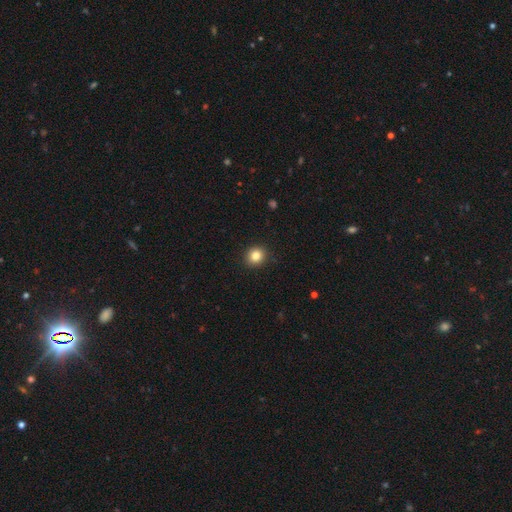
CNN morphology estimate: This appears to be a smooth galaxy with no disk features (84%) that is round (83%). Merging: none (91%).